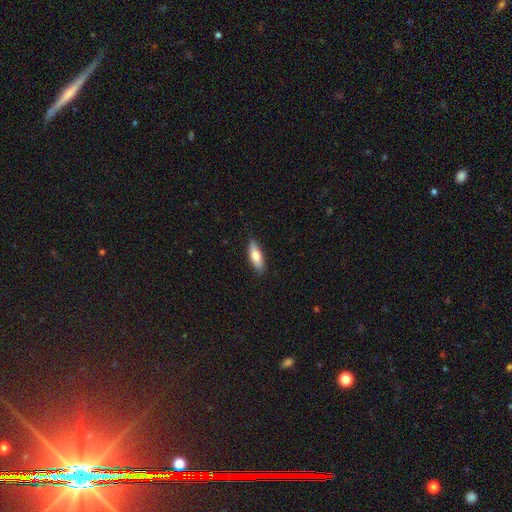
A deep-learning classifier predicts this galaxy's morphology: Q: Smooth or featured?
A: smooth (72%); runner-up: featured or disk (22%)
Q: How rounded?
A: in between (59%); runner-up: cigar-shaped (38%)
Q: Merging?
A: none (87%); runner-up: minor disturbance (10%)